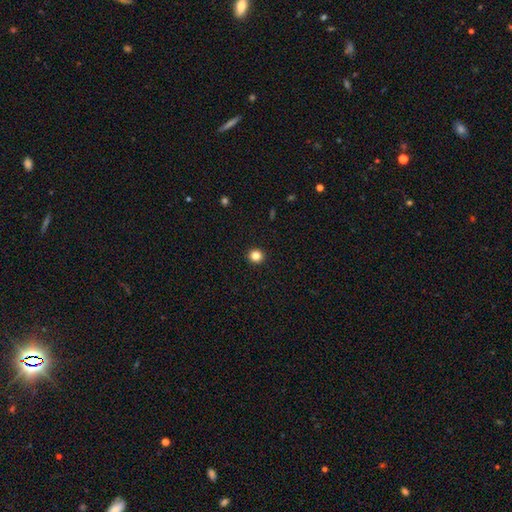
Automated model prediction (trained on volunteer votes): Smooth or featured: smooth — 83% (star or artifact — 12%)
How rounded: round — 91% (in between — 8%)
Merging: none — 94% (minor disturbance — 4%)